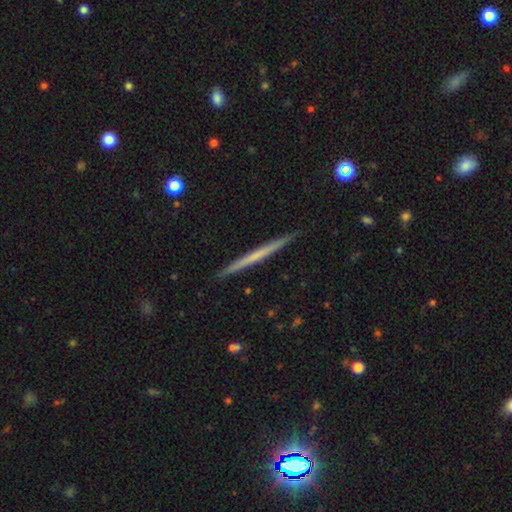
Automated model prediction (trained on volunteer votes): Morphology: type=featured or disk (53%); edge-on=yes (98%); edge-on bulge=none (90%); merging=none (92%).